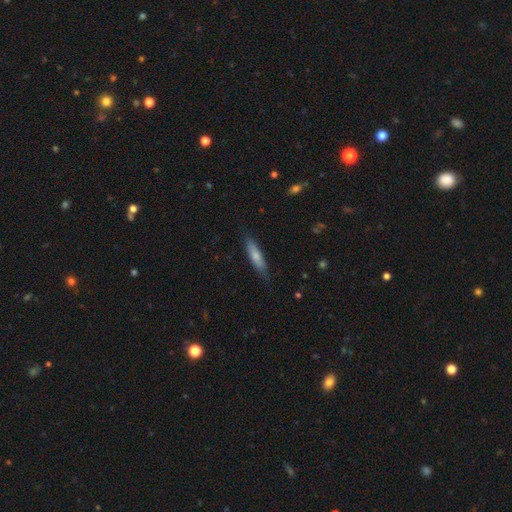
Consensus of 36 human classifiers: A smooth galaxy with no disk features (72%) that is cigar-shaped (85%). Merging: none (80%).